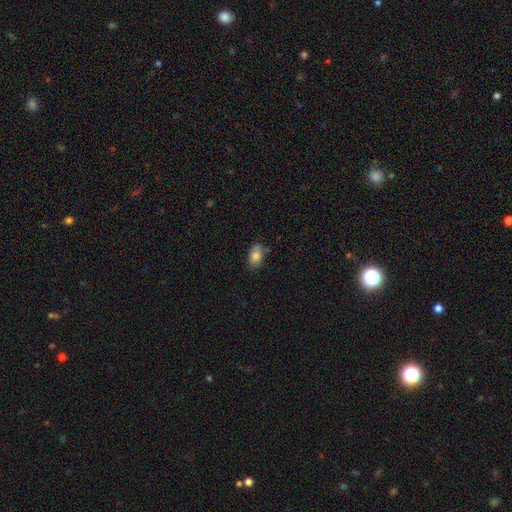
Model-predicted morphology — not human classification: smooth 81%, featured or disk 11%, star or artifact 8%. Down the decision tree: how rounded — in between (88%); merging — none (73%).